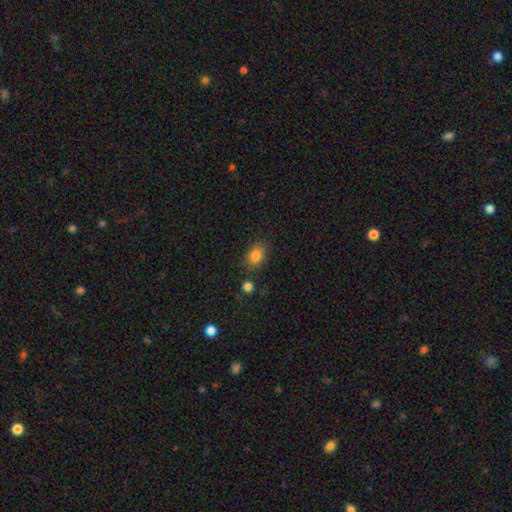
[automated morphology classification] smooth-or-featured: smooth: 84% | star or artifact: 10% | featured or disk: 6%
  how-rounded: in between: 68% | round: 31% | cigar-shaped: 1%
  merging: none: 76% | minor disturbance: 14% | merger: 6% | major disturbance: 4%